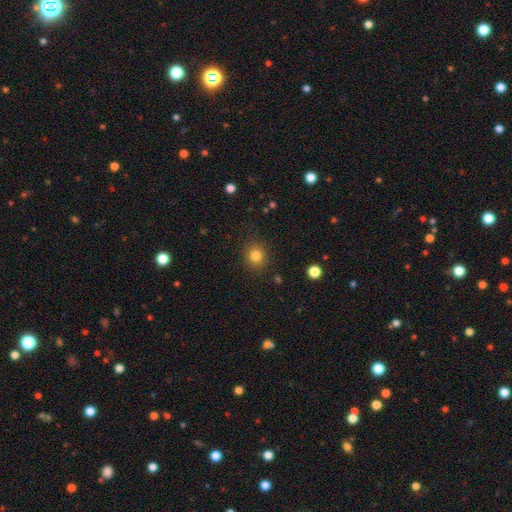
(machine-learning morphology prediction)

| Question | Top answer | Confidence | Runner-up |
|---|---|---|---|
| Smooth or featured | smooth | 82% | star or artifact (12%) |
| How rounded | round | 86% | in between (13%) |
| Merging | none | 89% | minor disturbance (7%) |